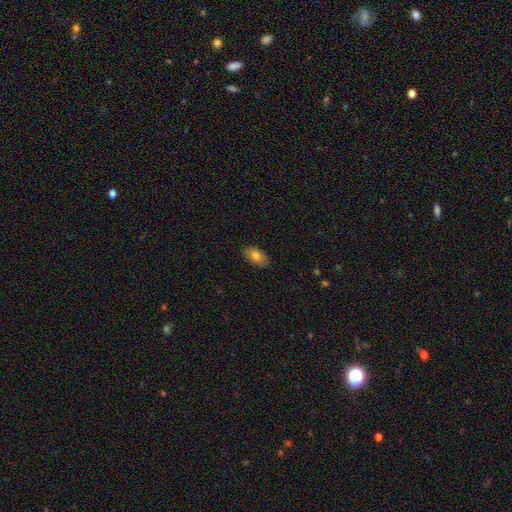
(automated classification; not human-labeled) Smooth or featured? Predicted: smooth (p=0.79). How rounded? Predicted: in between (p=0.92). Merging? Predicted: none (p=0.87).